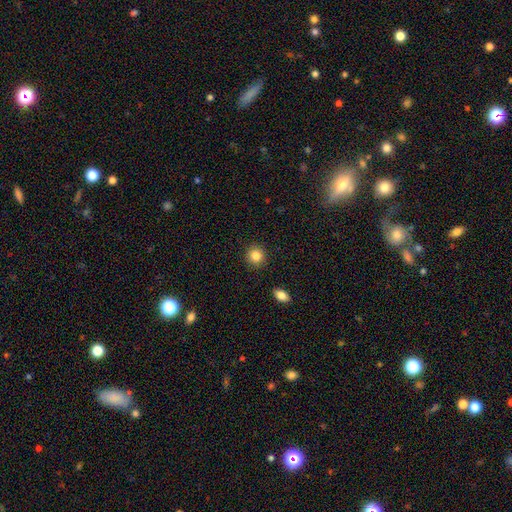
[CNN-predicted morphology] Smooth or featured? Predicted: smooth (p=0.85). How rounded? Predicted: round (p=0.89). Merging? Predicted: none (p=0.91).